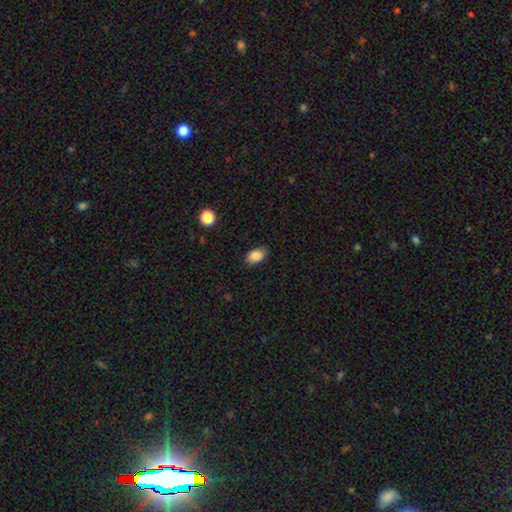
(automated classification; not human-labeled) Smooth or featured? smooth (87%)
How rounded? in between (87%)
Merging? none (82%)